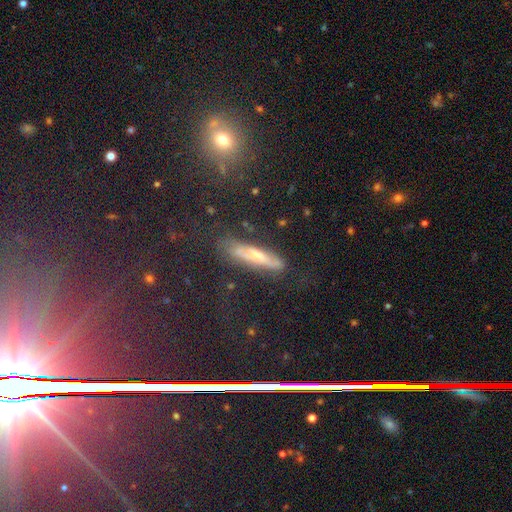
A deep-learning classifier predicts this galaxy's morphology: smooth 43%, featured or disk 33%, star or artifact 24%. Down the decision tree: merging — none (72%).